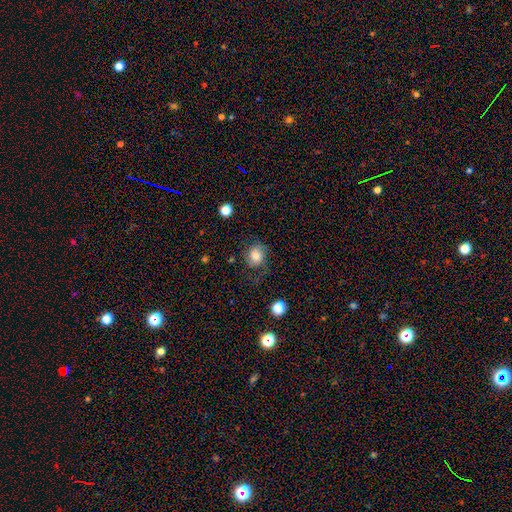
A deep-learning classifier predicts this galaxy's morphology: Smooth or featured? smooth (66%)
How rounded? round (63%)
Merging? none (57%)